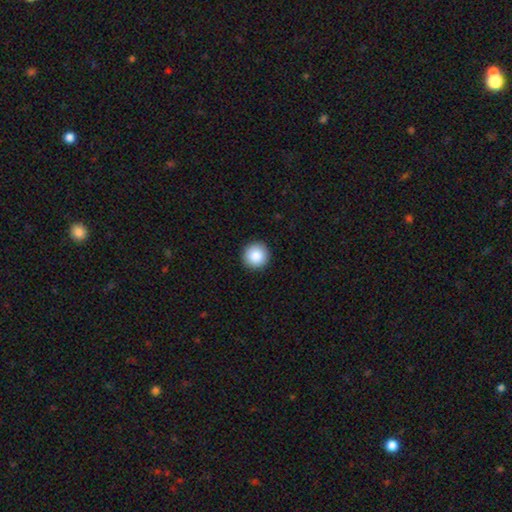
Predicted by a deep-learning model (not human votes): smooth_or_featured: smooth (p=0.88) [alt: star or artifact p=0.08]
how_rounded: round (p=0.95) [alt: in between p=0.04]
merging: none (p=0.93) [alt: minor disturbance p=0.05]